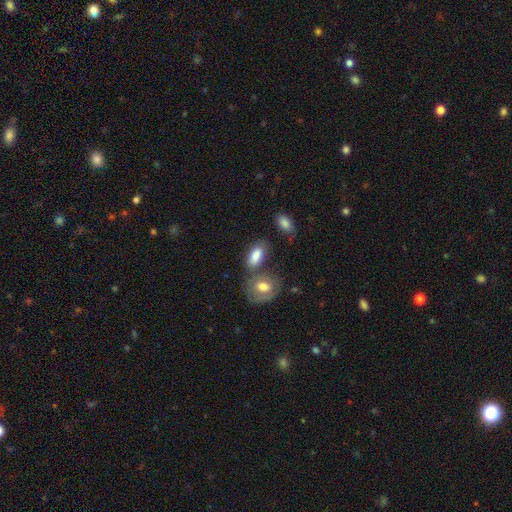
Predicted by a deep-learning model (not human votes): This appears to be a smooth galaxy with no disk features (80%) that is in between round and cigar-shaped (89%). Merging: none (58%).